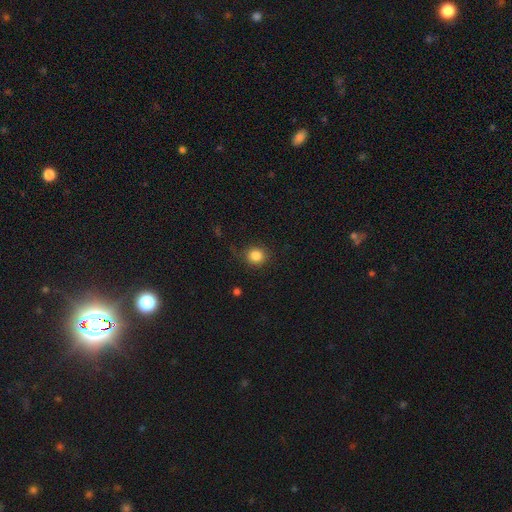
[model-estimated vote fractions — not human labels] smooth-or-featured: smooth: 85% | star or artifact: 11% | featured or disk: 5%
  how-rounded: round: 85% | in between: 14% | cigar-shaped: 1%
  merging: none: 83% | minor disturbance: 12% | major disturbance: 4% | merger: 1%